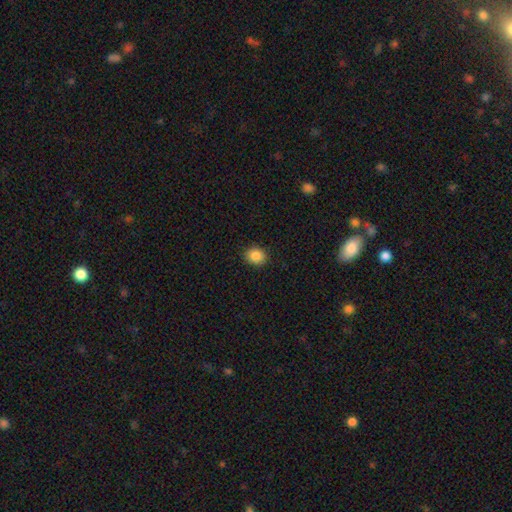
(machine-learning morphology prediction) Smooth or featured? smooth (86%)
How rounded? round (64%)
Merging? none (90%)